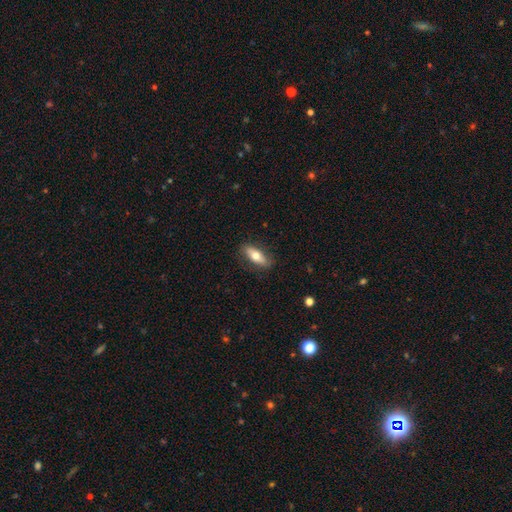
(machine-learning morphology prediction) smooth_or_featured: smooth (p=0.65) [alt: featured or disk p=0.30]
how_rounded: in between (p=0.68) [alt: cigar-shaped p=0.29]
merging: none (p=0.84) [alt: minor disturbance p=0.12]